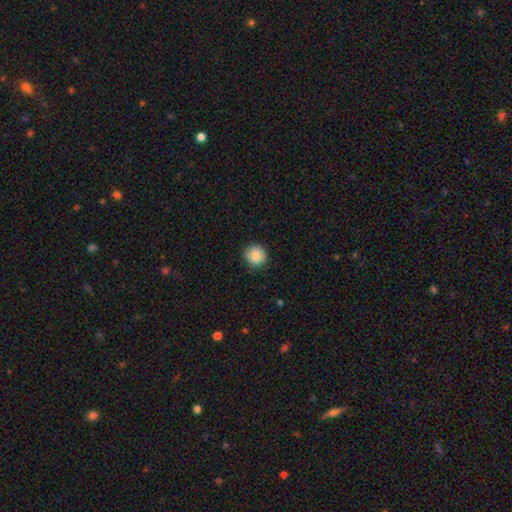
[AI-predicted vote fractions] Smooth or featured?
  - smooth: 85% *
  - star or artifact: 8%
  - featured or disk: 7%
How rounded?
  - round: 89% *
  - in between: 10%
  - cigar-shaped: 1%
Merging?
  - none: 83% *
  - minor disturbance: 14%
  - major disturbance: 3%
  - merger: 1%